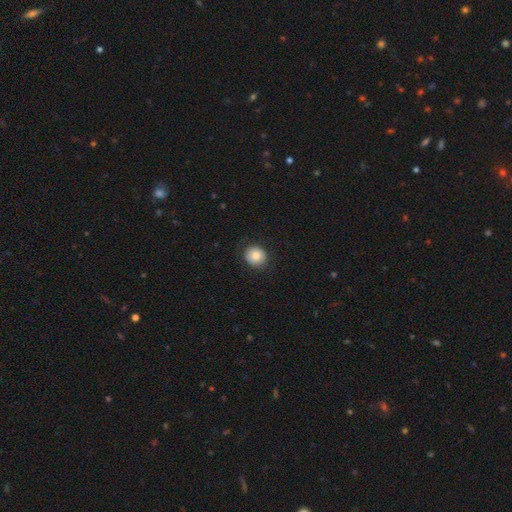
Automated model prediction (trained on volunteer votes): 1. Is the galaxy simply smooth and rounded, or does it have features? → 83% smooth, 9% featured or disk, 8% star or artifact.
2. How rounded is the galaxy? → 87% round, 12% in between, 1% cigar-shaped.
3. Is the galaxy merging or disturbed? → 85% none, 11% minor disturbance, 3% major disturbance, 1% merger.